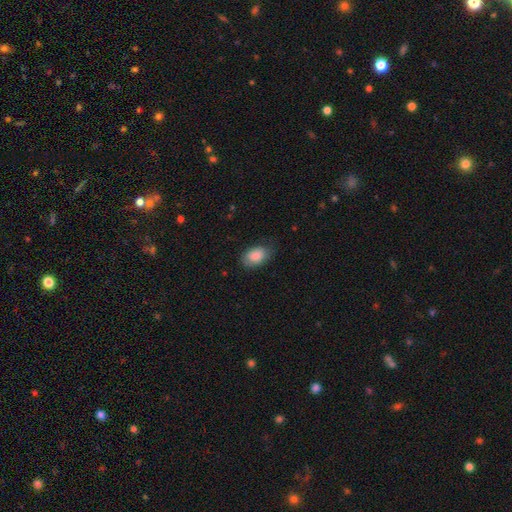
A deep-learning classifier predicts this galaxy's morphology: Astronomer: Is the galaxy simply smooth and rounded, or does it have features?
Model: smooth — 87%.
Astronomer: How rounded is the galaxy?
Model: in between — 89%.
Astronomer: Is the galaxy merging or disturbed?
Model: none — 70%.